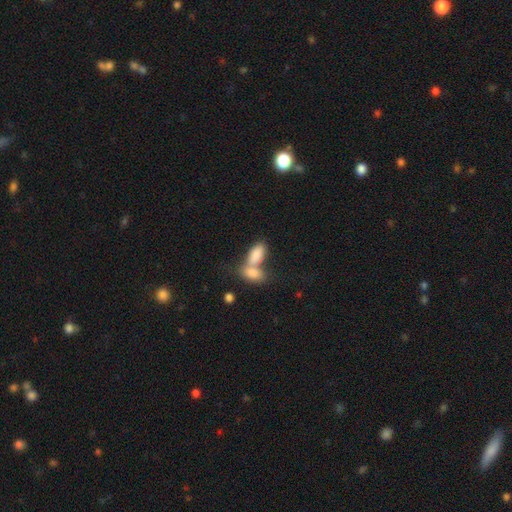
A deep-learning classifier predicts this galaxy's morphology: smooth_or_featured: smooth (p=0.82) [alt: featured or disk p=0.10]
how_rounded: in between (p=0.90) [alt: cigar-shaped p=0.06]
merging: merger (p=0.64) [alt: none p=0.24]